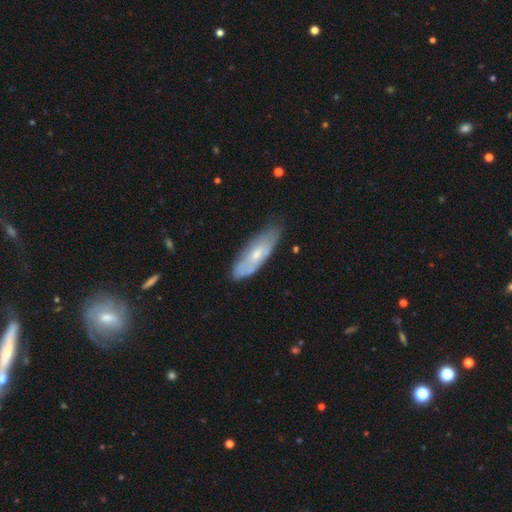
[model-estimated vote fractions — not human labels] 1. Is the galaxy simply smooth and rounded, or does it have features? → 50% smooth, 44% featured or disk, 6% star or artifact.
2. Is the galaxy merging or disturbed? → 65% none, 27% minor disturbance, 6% major disturbance, 2% merger.